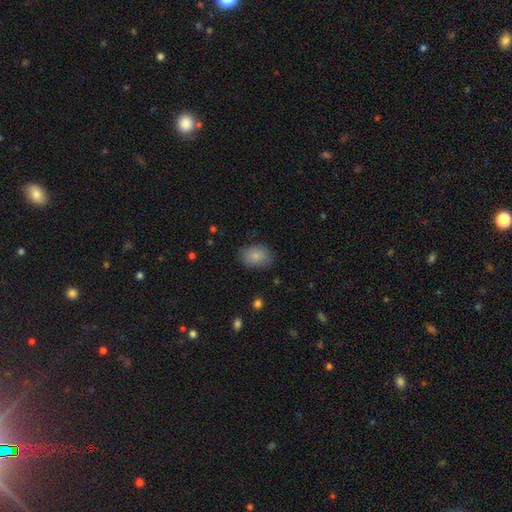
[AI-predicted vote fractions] smooth-or-featured: smooth: 84% | featured or disk: 8% | star or artifact: 8%
  how-rounded: in between: 76% | round: 23% | cigar-shaped: 1%
  merging: none: 78% | minor disturbance: 17% | major disturbance: 4% | merger: 1%